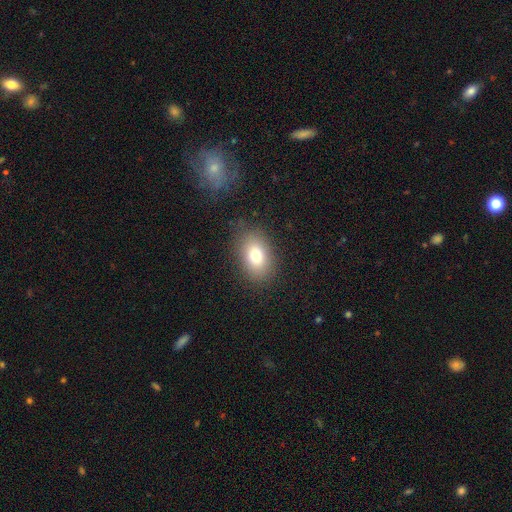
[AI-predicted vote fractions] Overall: smooth (77%). How rounded: in between (81%). Merging: none (83%).